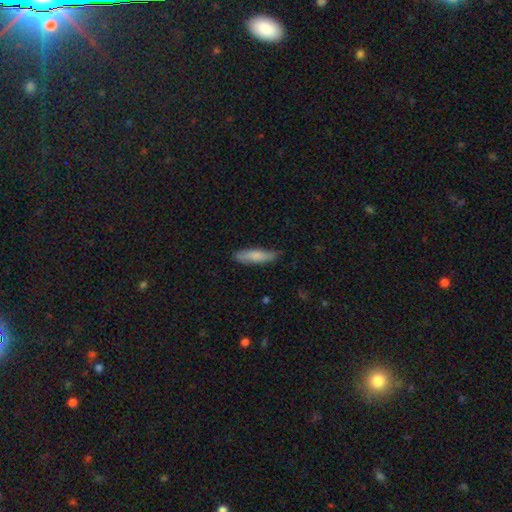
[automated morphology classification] smooth_or_featured: smooth (p=0.78) [alt: featured or disk p=0.16]
how_rounded: cigar-shaped (p=0.72) [alt: in between p=0.27]
merging: none (p=0.81) [alt: minor disturbance p=0.15]